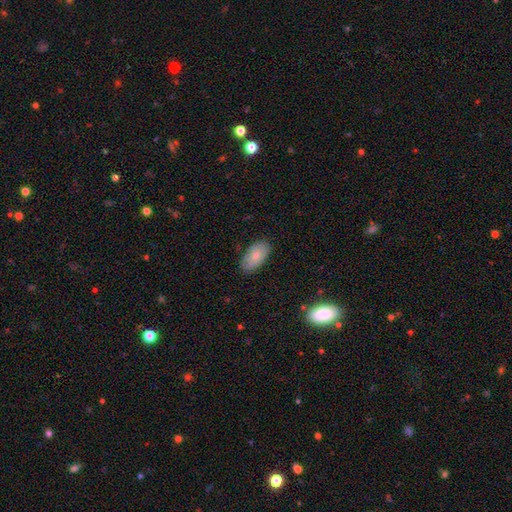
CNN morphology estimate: Smooth or featured? smooth (75%)
How rounded? in between (94%)
Merging? none (82%)